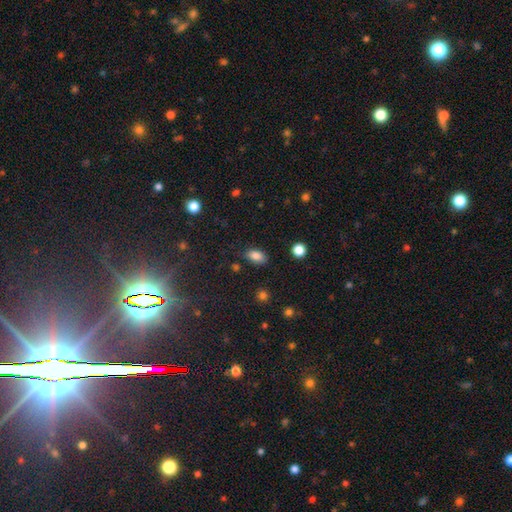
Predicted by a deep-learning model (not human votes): Overall: smooth (85%). How rounded: in between (89%). Merging: none (79%).